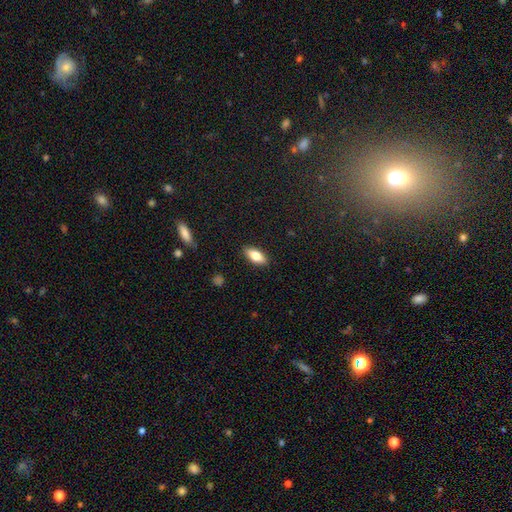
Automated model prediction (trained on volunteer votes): A smooth galaxy with no disk features (79%) that is in between round and cigar-shaped (85%). Merging: none (89%).